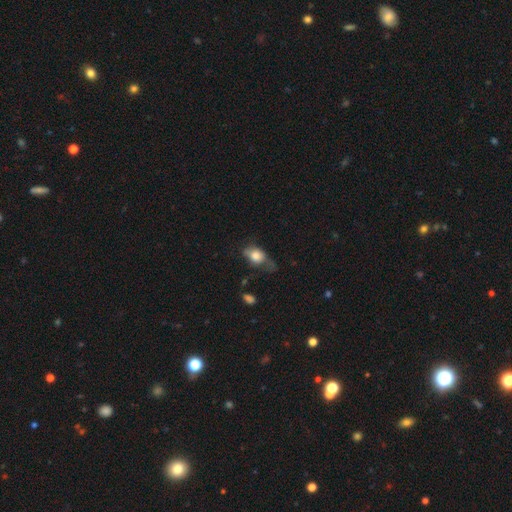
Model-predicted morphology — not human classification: This is likely a smooth galaxy (72%). How rounded: likely in between (64%). Merging: marginally minor disturbance (34%).